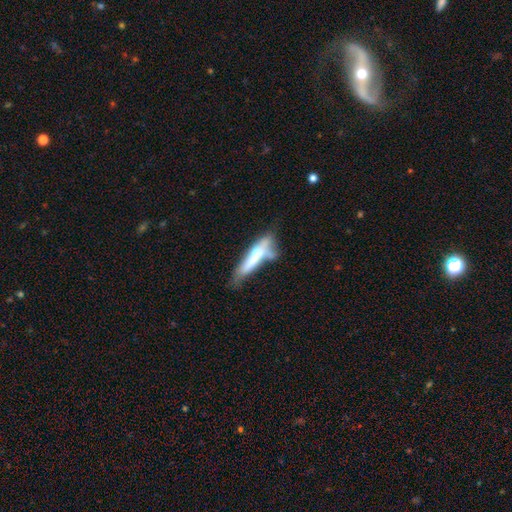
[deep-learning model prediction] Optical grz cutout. It shows a smooth galaxy with no disk features (52%) that is cigar-shaped (71%). Merging: merger (32%).